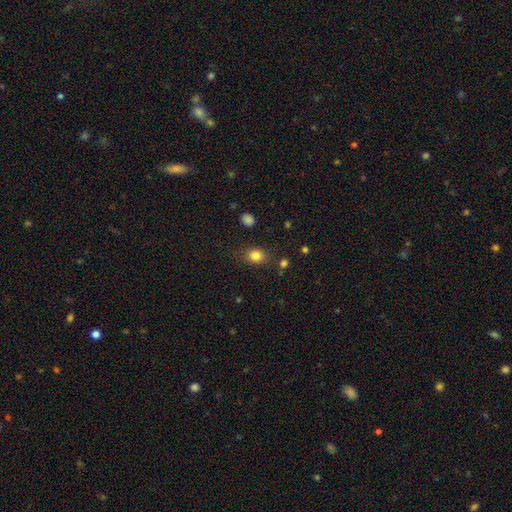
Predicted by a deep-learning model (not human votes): Smooth or featured? Predicted: smooth (p=0.83). How rounded? Predicted: round (p=0.50). Merging? Predicted: none (p=0.80).